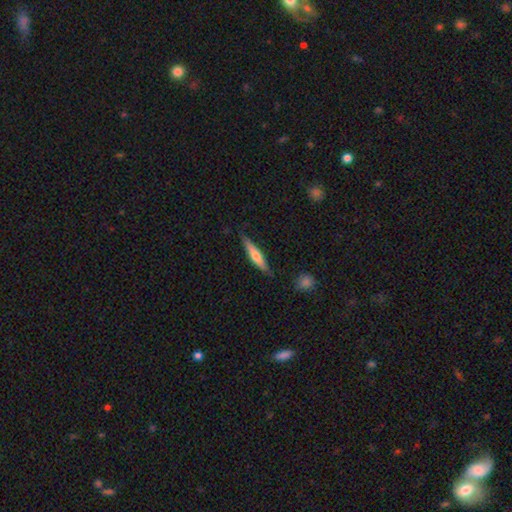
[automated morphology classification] smooth_or_featured: smooth (p=0.50) [alt: featured or disk p=0.45]
merging: none (p=0.81) [alt: minor disturbance p=0.14]